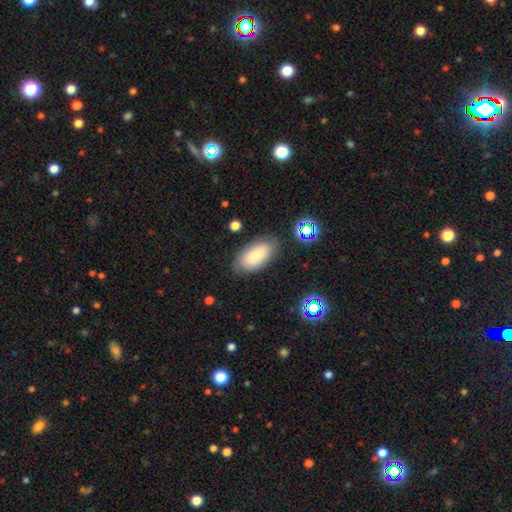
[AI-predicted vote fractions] smooth_or_featured: smooth (p=0.80) [alt: featured or disk p=0.11]
how_rounded: in between (p=0.93) [alt: cigar-shaped p=0.04]
merging: none (p=0.79) [alt: minor disturbance p=0.15]